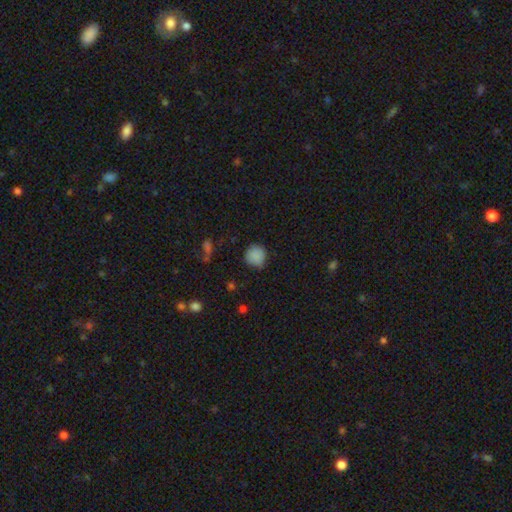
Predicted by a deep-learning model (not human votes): Overall: smooth (85%). How rounded: round (89%). Merging: none (75%).